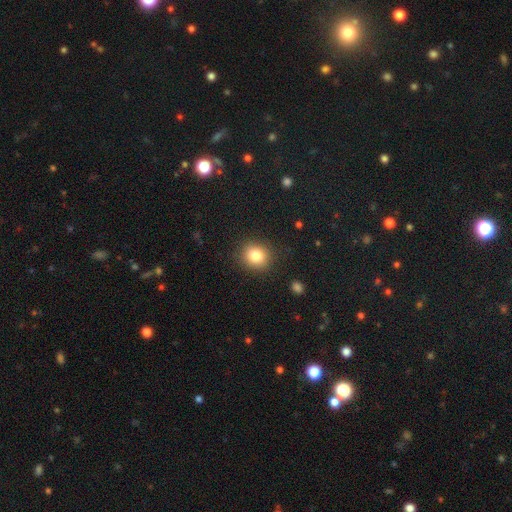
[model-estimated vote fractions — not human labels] smooth 82%, star or artifact 11%, featured or disk 7%. Down the decision tree: how rounded — round (78%); merging — none (88%).